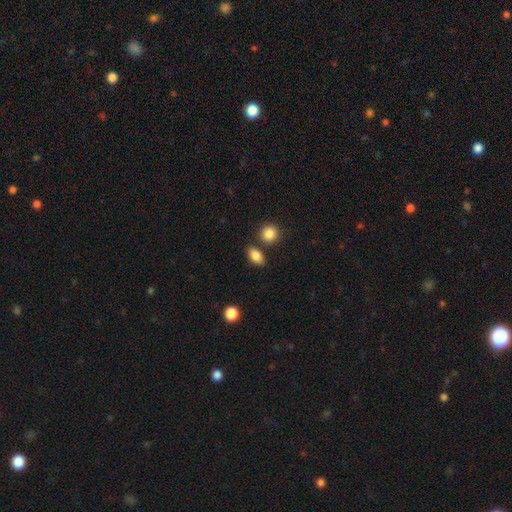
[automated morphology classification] type=smooth (86%); roundness=in between (82%); merging=none (76%).